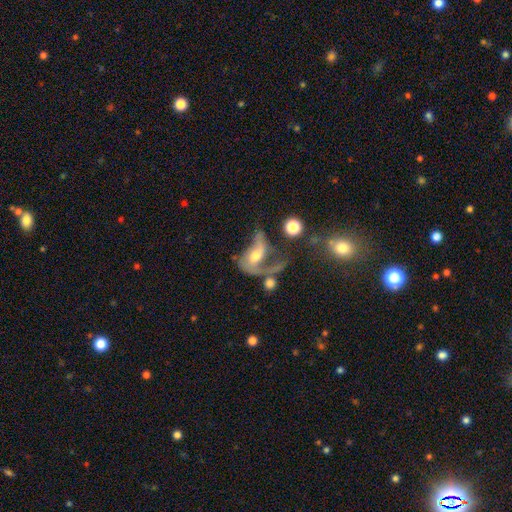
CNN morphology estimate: Smooth or featured: featured or disk — 64% (smooth — 26%)
Edge-on disk: no — 94% (yes — 6%)
Bar: no — 53% (weak — 34%)
Spiral arms: yes — 72% (no — 28%)
Bulge size: moderate — 61% (small — 26%)
Merging: major disturbance — 42% (merger — 26%)